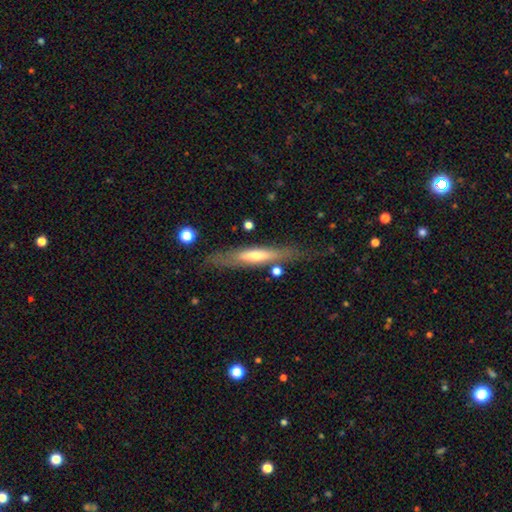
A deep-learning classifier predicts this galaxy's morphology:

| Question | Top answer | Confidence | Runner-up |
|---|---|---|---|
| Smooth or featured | featured or disk | 58% | smooth (36%) |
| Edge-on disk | yes | 82% | no (18%) |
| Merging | none | 76% | minor disturbance (16%) |